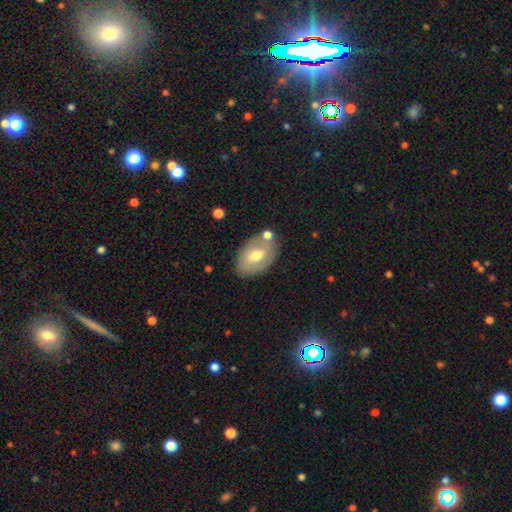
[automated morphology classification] A smooth galaxy with no disk features (54%) that is in between round and cigar-shaped (88%).

Vote fractions:
- Smooth or featured? smooth: 54% / featured or disk: 40% / star or artifact: 7%
- How rounded? in between: 88% / round: 11% / cigar-shaped: 1%
- Merging? none: 70% / minor disturbance: 16% / merger: 10% / major disturbance: 4%